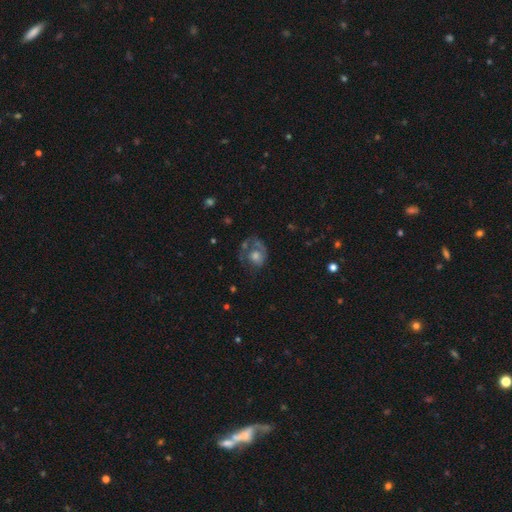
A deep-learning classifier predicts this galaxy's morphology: This appears to be a featured or disk galaxy (55%) with no bar (85%), spiral arms (55%) and a moderate central bulge (51%). Merging: none (40%).